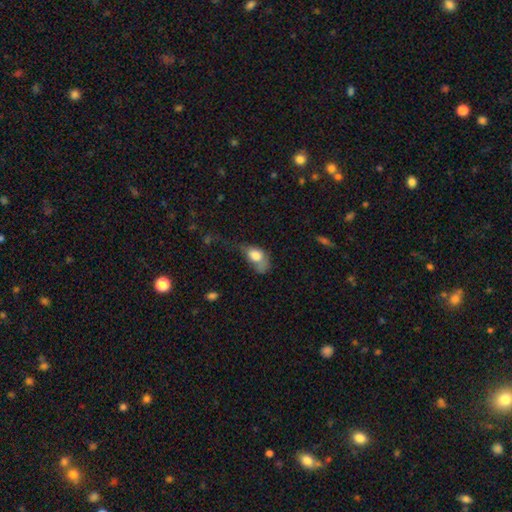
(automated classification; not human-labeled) Smooth or featured? Predicted: smooth (p=0.74). How rounded? Predicted: in between (p=0.81). Merging? Predicted: major disturbance (p=0.46).